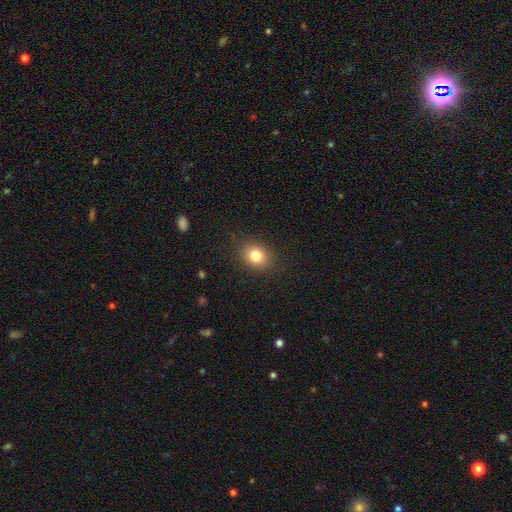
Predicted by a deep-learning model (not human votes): Smooth or featured? smooth (81%)
How rounded? round (54%)
Merging? none (86%)